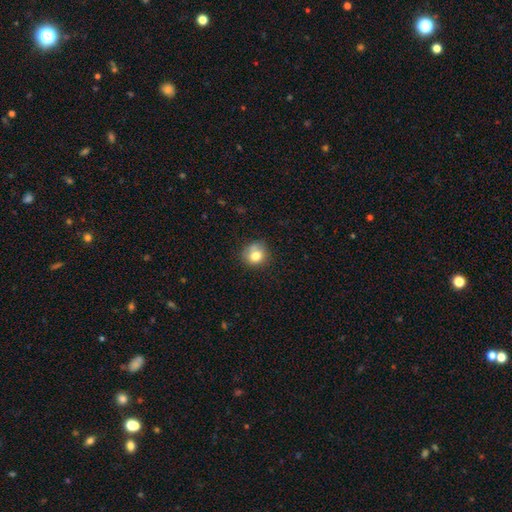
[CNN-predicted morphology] smooth 78%, star or artifact 11%, featured or disk 11%. Down the decision tree: how rounded — round (81%); merging — none (65%).